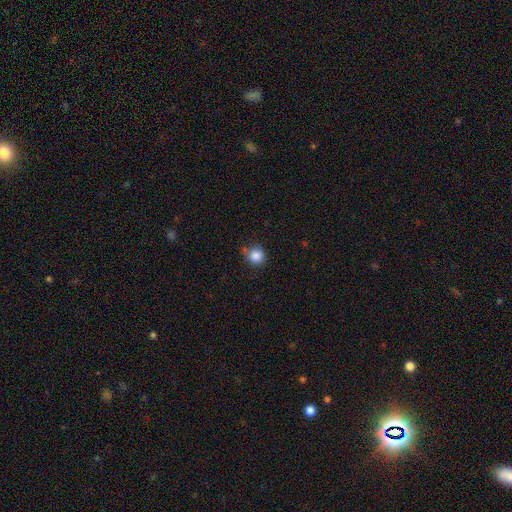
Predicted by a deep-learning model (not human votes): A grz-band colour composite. It shows a smooth galaxy with no disk features (86%) that is round (92%). Merging: none (72%).